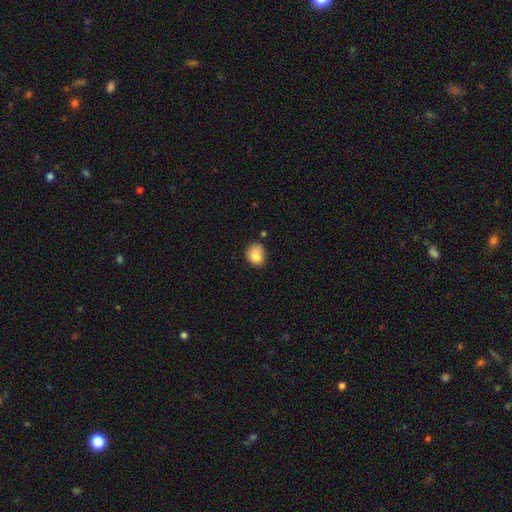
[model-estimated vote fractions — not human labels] Smooth or featured? Predicted: smooth (p=0.83). How rounded? Predicted: round (p=0.61). Merging? Predicted: none (p=0.58).